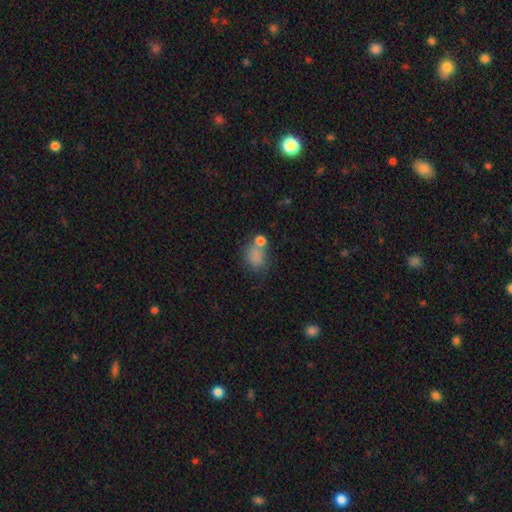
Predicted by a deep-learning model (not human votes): Smooth or featured?
  - smooth: 78% *
  - star or artifact: 12%
  - featured or disk: 9%
How rounded?
  - in between: 55% *
  - round: 44%
  - cigar-shaped: 1%
Merging?
  - none: 40% *
  - merger: 30%
  - minor disturbance: 18%
  - major disturbance: 12%